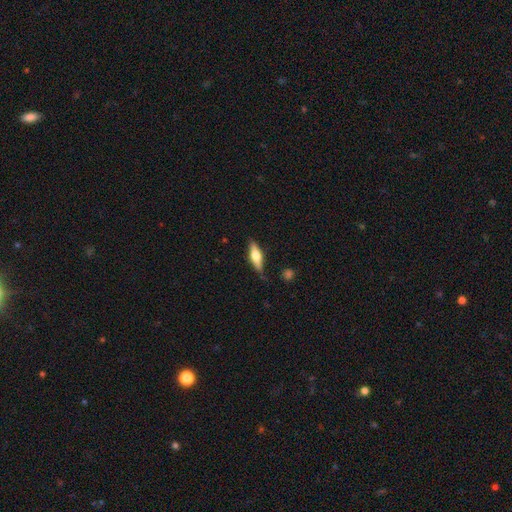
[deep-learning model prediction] This appears to be a smooth galaxy with no disk features (49%). Merging: none (75%).